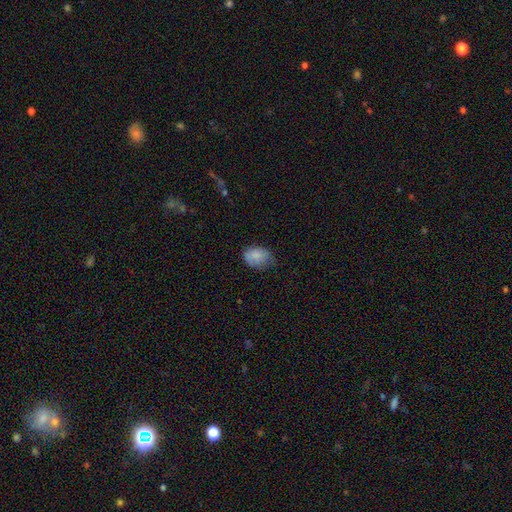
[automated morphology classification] Smooth or featured?
  - smooth: 82% *
  - featured or disk: 10%
  - star or artifact: 8%
How rounded?
  - in between: 75% *
  - round: 24%
  - cigar-shaped: 1%
Merging?
  - none: 56% *
  - minor disturbance: 34%
  - major disturbance: 8%
  - merger: 1%